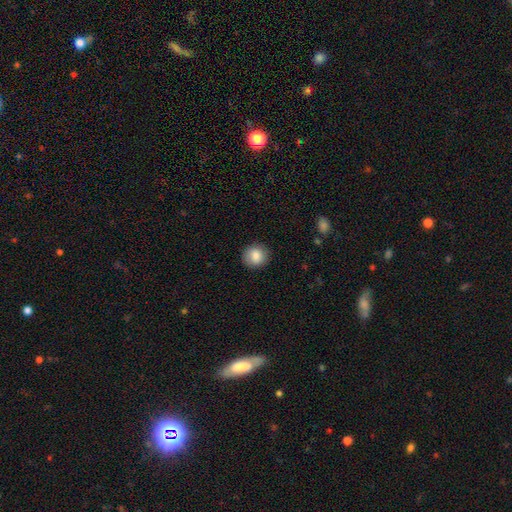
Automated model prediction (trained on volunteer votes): Overall: smooth (84%). How rounded: round (85%). Merging: none (88%).